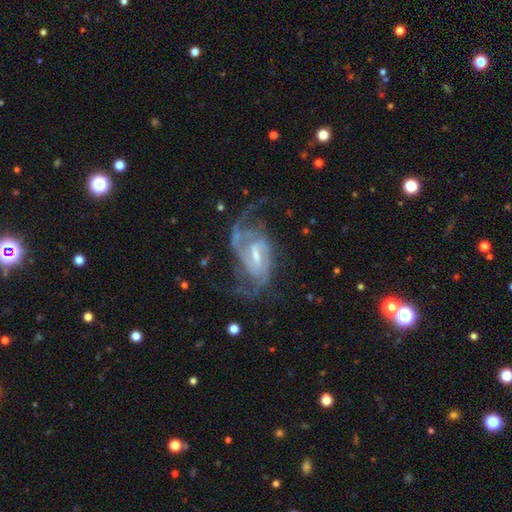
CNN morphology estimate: Overall: featured or disk (89%). Edge-on disk: no (97%). Bar: weak (56%; strong 27%). Spiral arms: yes (96%). Spiral arm count: 2 (53%; can't tell 16%). Spiral winding: medium (48%; loose 27%). Bulge size: small (46%; moderate 41%). Merging: none (49%; major disturbance 29%).